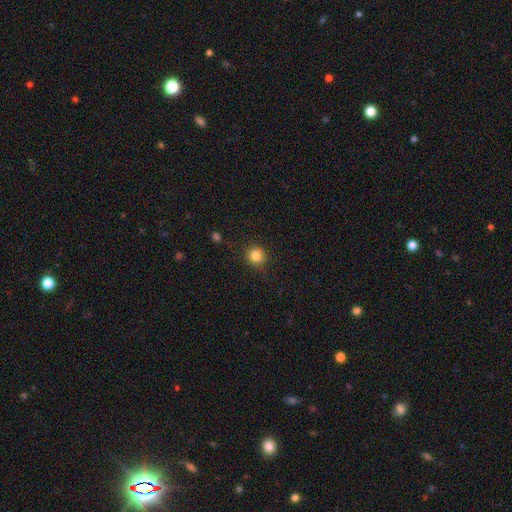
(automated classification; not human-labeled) A smooth galaxy with no disk features (83%) that is round (91%).

Vote fractions:
- Smooth or featured? smooth: 83% / star or artifact: 11% / featured or disk: 5%
- How rounded? round: 91% / in between: 8% / cigar-shaped: 1%
- Merging? none: 89% / minor disturbance: 8% / major disturbance: 2% / merger: 1%